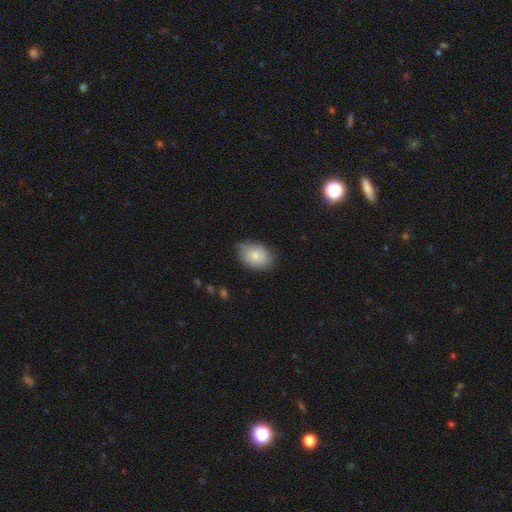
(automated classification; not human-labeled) A smooth galaxy with no disk features (79%) that is in between round and cigar-shaped (81%).

Vote fractions:
- Smooth or featured? smooth: 79% / featured or disk: 14% / star or artifact: 7%
- How rounded? in between: 81% / round: 18% / cigar-shaped: 1%
- Merging? none: 70% / minor disturbance: 25% / major disturbance: 4% / merger: 1%